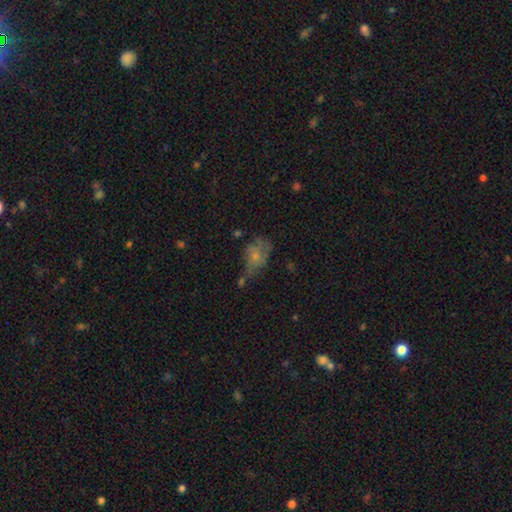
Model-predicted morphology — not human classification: The model was most divided on "merging": none: 36%, minor disturbance: 28%, major disturbance: 25%, merger: 11%. More confident: how rounded — in between (76%); smooth or featured — smooth (54%).